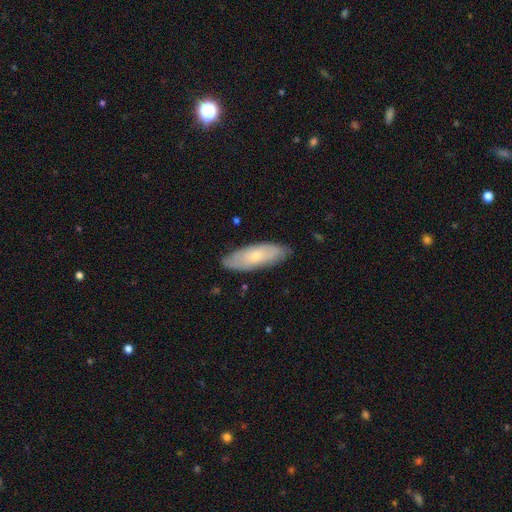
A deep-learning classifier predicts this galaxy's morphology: Q: Smooth or featured?
A: smooth (56%); runner-up: featured or disk (39%)
Q: How rounded?
A: in between (64%); runner-up: cigar-shaped (34%)
Q: Merging?
A: none (82%); runner-up: minor disturbance (15%)